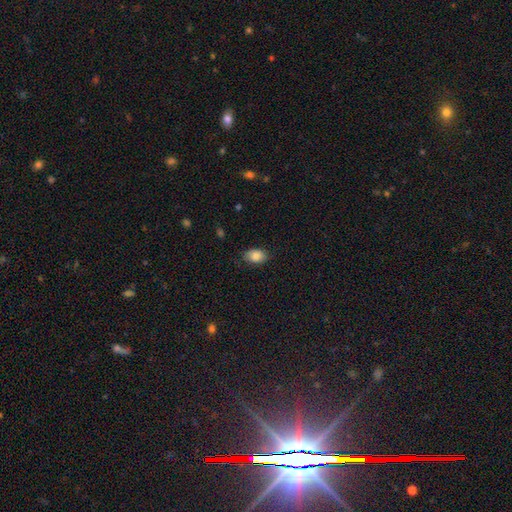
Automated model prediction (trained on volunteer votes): smooth 84%, featured or disk 8%, star or artifact 8%. Down the decision tree: how rounded — in between (85%); merging — none (76%).